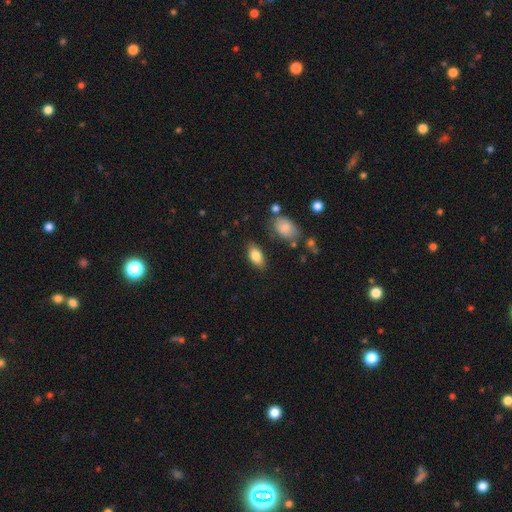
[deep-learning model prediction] smooth_or_featured: smooth (p=0.81) [alt: featured or disk p=0.11]
how_rounded: in between (p=0.89) [alt: cigar-shaped p=0.06]
merging: none (p=0.81) [alt: minor disturbance p=0.13]